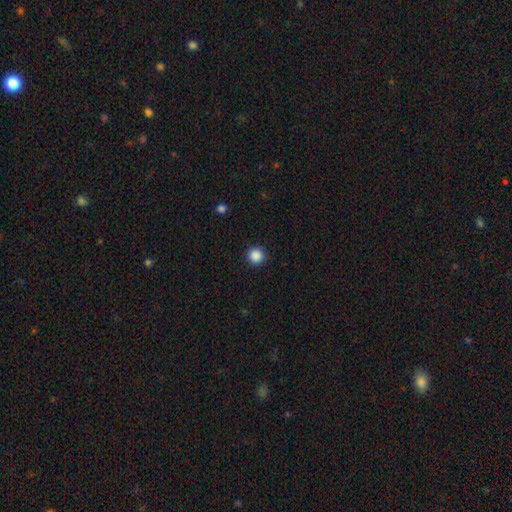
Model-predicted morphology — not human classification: This is clearly a smooth galaxy (88%). How rounded: clearly round (96%). Merging: clearly none (92%).